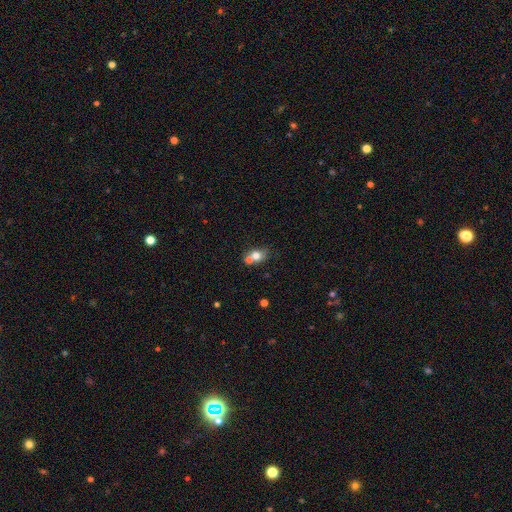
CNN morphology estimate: The model was most divided on "merging": merger: 44%, none: 42%, minor disturbance: 10%, major disturbance: 4%. More confident: smooth or featured — smooth (73%); how rounded — round (53%).